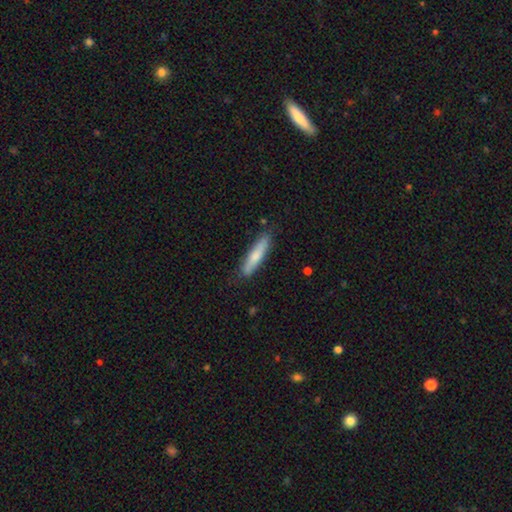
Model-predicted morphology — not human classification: Overall: smooth (70%). How rounded: cigar-shaped (87%). Merging: none (85%).